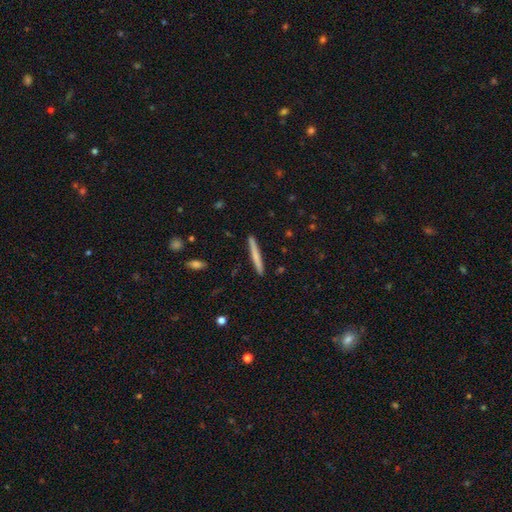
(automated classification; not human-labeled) Smooth or featured: smooth — 67% (featured or disk — 28%)
How rounded: cigar-shaped — 97% (in between — 2%)
Merging: none — 91% (minor disturbance — 6%)